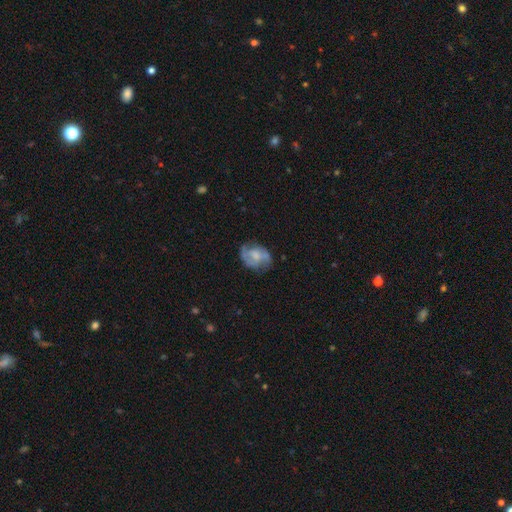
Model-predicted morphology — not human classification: type=featured or disk (59%); edge-on=no (97%); bar=no (55%); spiral arms=yes (74%); bulge=moderate (34%); merging=none (56%).